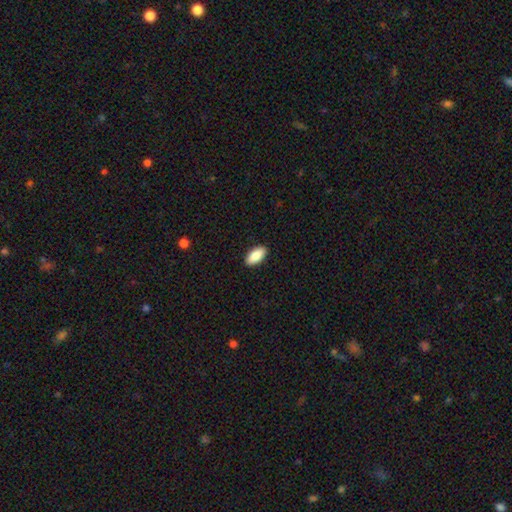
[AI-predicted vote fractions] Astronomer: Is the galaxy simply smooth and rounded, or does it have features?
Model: smooth — 88%.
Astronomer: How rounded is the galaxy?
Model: in between — 92%.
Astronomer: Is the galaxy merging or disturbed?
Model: none — 91%.